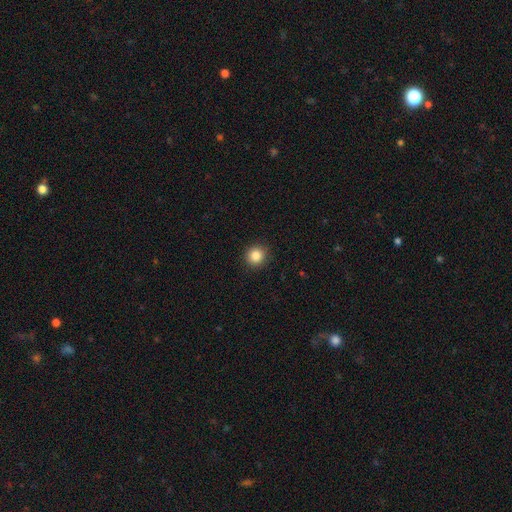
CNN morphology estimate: smooth_or_featured: smooth (p=0.85) [alt: star or artifact p=0.10]
how_rounded: round (p=0.90) [alt: in between p=0.09]
merging: none (p=0.91) [alt: minor disturbance p=0.06]